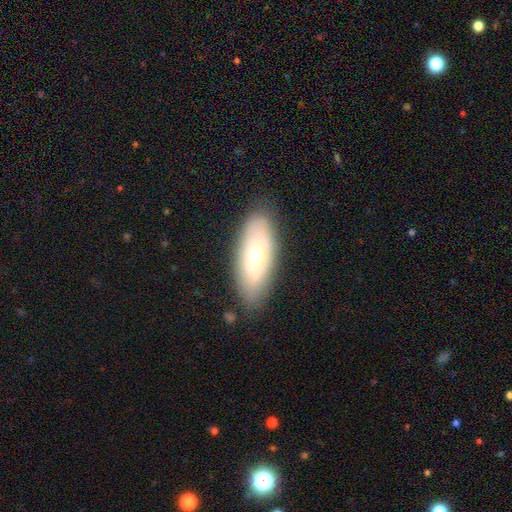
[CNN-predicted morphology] Smooth or featured? smooth (56%)
How rounded? in between (79%)
Merging? none (80%)